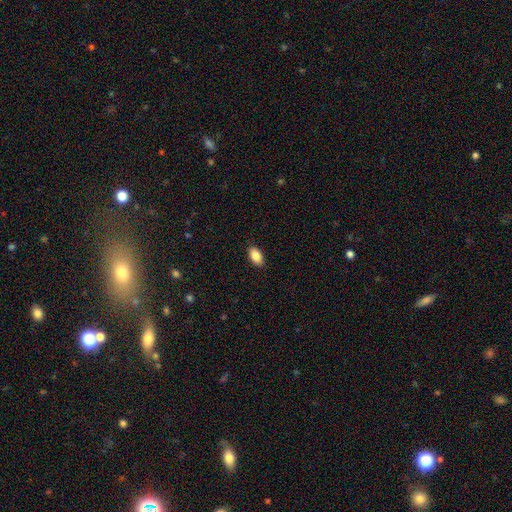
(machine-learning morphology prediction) smooth_or_featured: smooth (p=0.87) [alt: star or artifact p=0.07]
how_rounded: in between (p=0.93) [alt: round p=0.05]
merging: none (p=0.89) [alt: minor disturbance p=0.08]